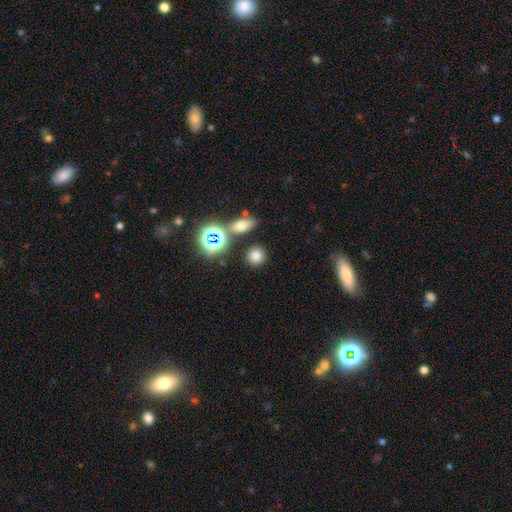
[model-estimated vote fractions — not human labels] smooth-or-featured: smooth: 73% | star or artifact: 19% | featured or disk: 7%
  how-rounded: round: 87% | in between: 11% | cigar-shaped: 1%
  merging: none: 85% | minor disturbance: 7% | merger: 5% | major disturbance: 3%